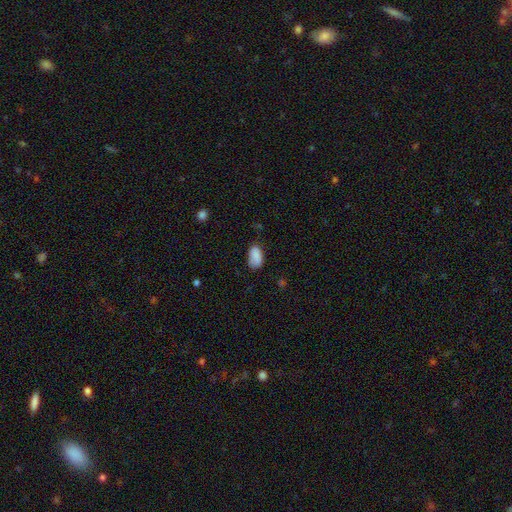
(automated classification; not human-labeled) This is clearly a smooth galaxy (87%). How rounded: clearly in between (93%). Merging: likely none (69%).